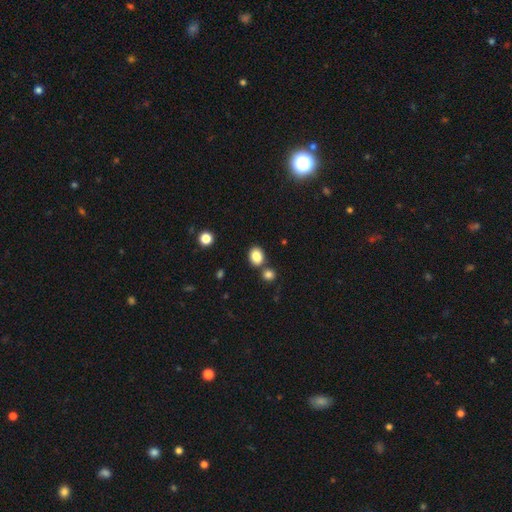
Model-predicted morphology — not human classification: Q: Smooth or featured?
A: smooth (86%); runner-up: star or artifact (9%)
Q: How rounded?
A: in between (60%); runner-up: round (39%)
Q: Merging?
A: none (71%); runner-up: merger (15%)